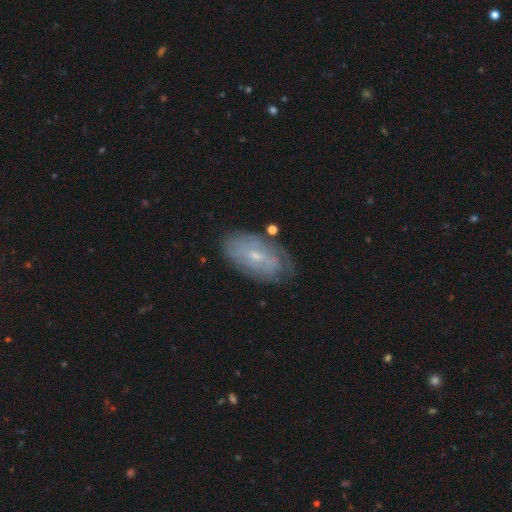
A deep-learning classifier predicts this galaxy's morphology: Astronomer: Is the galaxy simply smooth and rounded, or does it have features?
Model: featured or disk — 62%.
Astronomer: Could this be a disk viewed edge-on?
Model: no — 92%.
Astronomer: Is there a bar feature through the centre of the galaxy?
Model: no — 59% (runner-up: weak, 34%).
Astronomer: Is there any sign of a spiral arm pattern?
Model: yes — 69%.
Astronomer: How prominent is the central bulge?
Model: small — 74%.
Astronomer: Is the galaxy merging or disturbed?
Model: none — 69%.